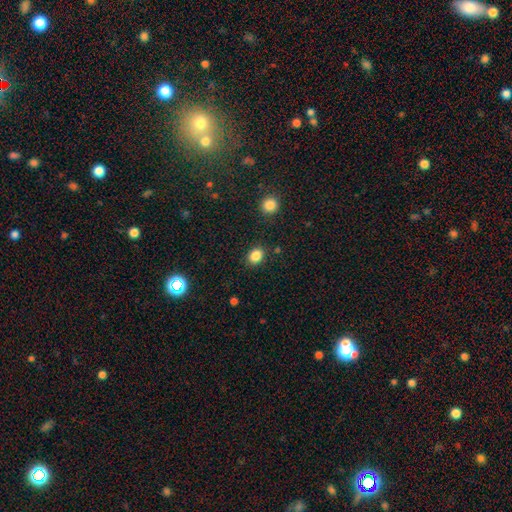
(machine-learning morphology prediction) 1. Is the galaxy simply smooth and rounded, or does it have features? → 85% smooth, 11% star or artifact, 4% featured or disk.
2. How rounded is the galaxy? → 51% in between, 48% round, 1% cigar-shaped.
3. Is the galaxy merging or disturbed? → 86% none, 9% minor disturbance, 3% major disturbance, 2% merger.